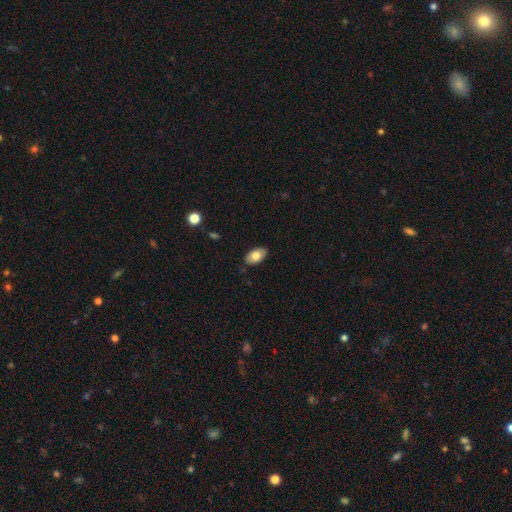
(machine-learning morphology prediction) Smooth or featured? smooth (81%)
How rounded? in between (94%)
Merging? none (86%)